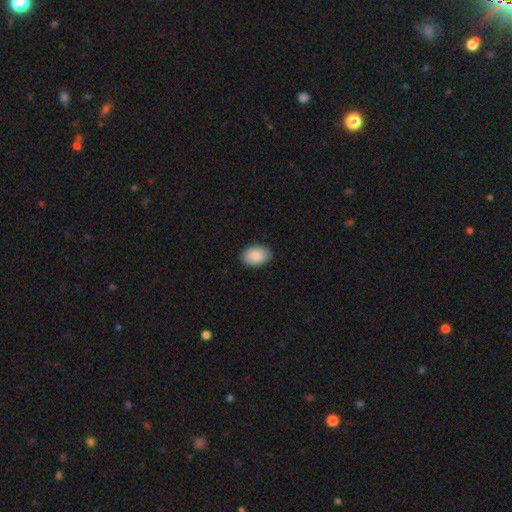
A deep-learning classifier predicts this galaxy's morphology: A smooth galaxy with no disk features (89%) that is in between round and cigar-shaped (85%). Merging: none (87%).